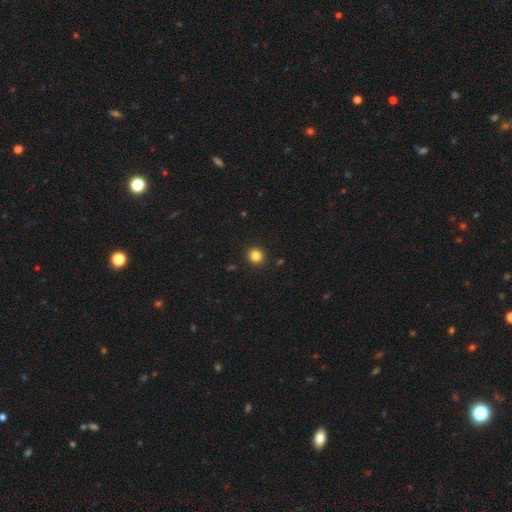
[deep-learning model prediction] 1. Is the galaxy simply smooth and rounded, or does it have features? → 84% smooth, 11% star or artifact, 5% featured or disk.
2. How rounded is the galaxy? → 89% round, 10% in between, 1% cigar-shaped.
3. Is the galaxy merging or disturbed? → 93% none, 5% minor disturbance, 2% major disturbance, 1% merger.